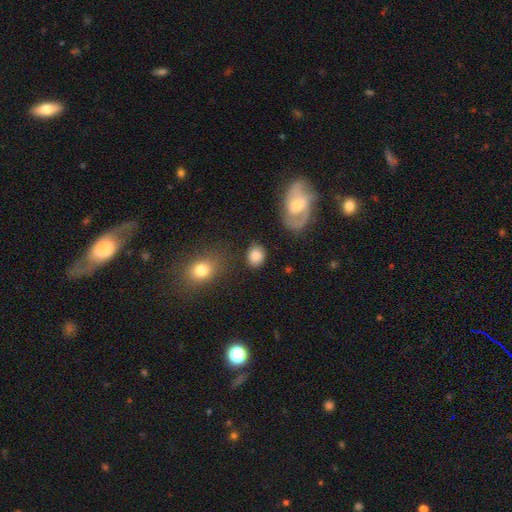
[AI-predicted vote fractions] Overall: smooth (80%). How rounded: in between (51%; round 48%). Merging: none (75%).